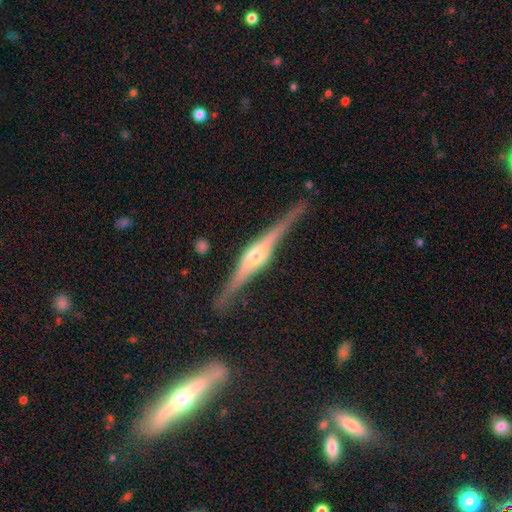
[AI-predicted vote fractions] A featured or disk galaxy (87%) viewed edge-on (98%) with a rounded central bulge (83%).

Vote fractions:
- Smooth or featured? featured or disk: 87% / smooth: 8% / star or artifact: 5%
- Edge-on disk? yes: 98% / no: 2%
- Edge-on bulge? rounded: 83% / boxy: 13% / none: 3%
- Merging? none: 86% / minor disturbance: 10% / major disturbance: 2% / merger: 1%